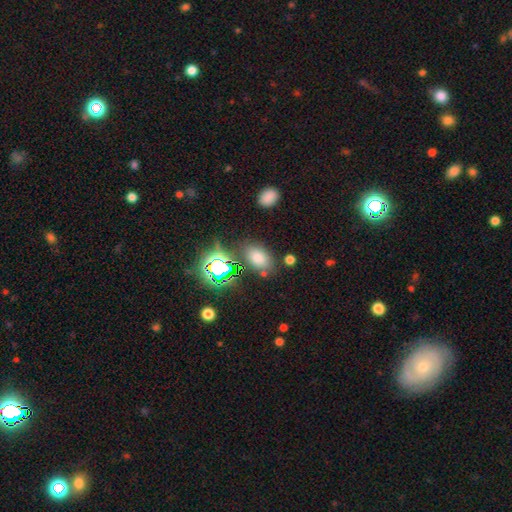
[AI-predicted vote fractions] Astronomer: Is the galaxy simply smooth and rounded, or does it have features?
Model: smooth — 62%.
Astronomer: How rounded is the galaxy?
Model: in between — 82%.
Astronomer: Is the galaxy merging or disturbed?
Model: none — 79%.